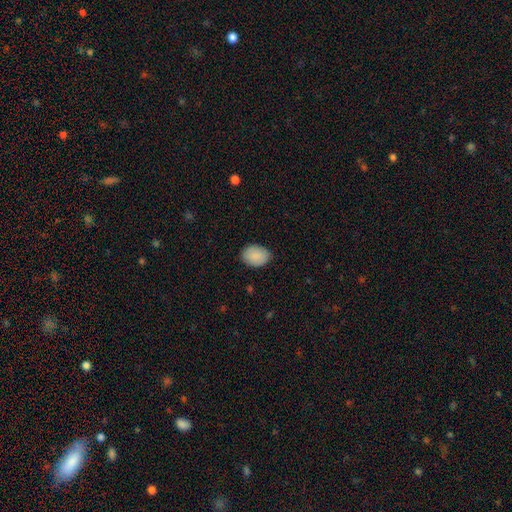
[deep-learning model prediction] Q: Smooth or featured?
A: smooth (90%); runner-up: star or artifact (6%)
Q: How rounded?
A: in between (78%); runner-up: round (21%)
Q: Merging?
A: none (86%); runner-up: minor disturbance (11%)